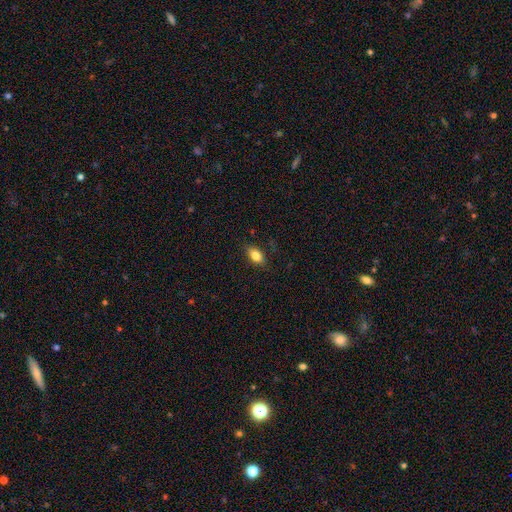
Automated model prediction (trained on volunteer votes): The model was most divided on "smooth or featured": smooth: 81%, featured or disk: 11%, star or artifact: 8%. More confident: how rounded — in between (85%); merging — none (83%).